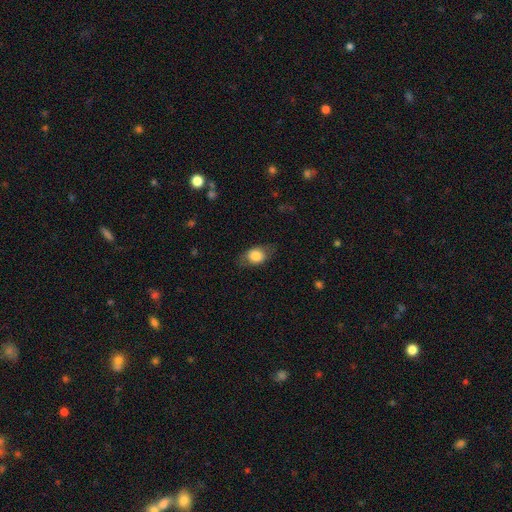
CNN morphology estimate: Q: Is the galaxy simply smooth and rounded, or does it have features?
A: smooth — 78%.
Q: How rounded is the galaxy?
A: in between — 68%.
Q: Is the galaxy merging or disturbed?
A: none — 72%.